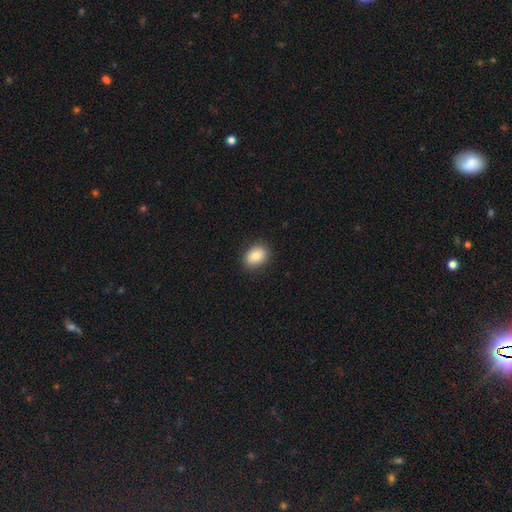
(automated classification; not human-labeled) Smooth or featured: smooth — 84% (featured or disk — 8%)
How rounded: in between — 65% (round — 34%)
Merging: none — 88% (minor disturbance — 9%)